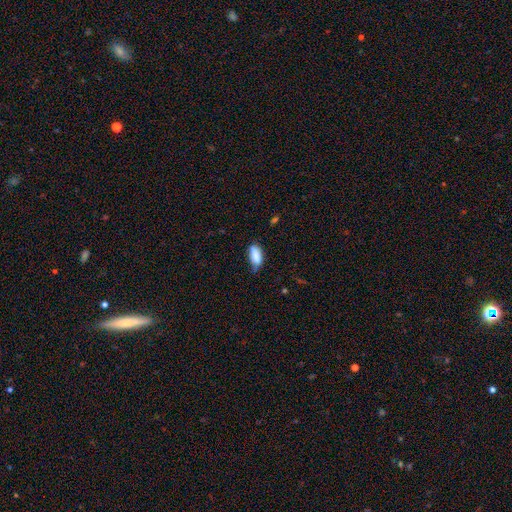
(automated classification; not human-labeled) Q: Smooth or featured?
A: smooth (86%); runner-up: featured or disk (7%)
Q: How rounded?
A: in between (88%); runner-up: cigar-shaped (10%)
Q: Merging?
A: none (57%); runner-up: minor disturbance (35%)